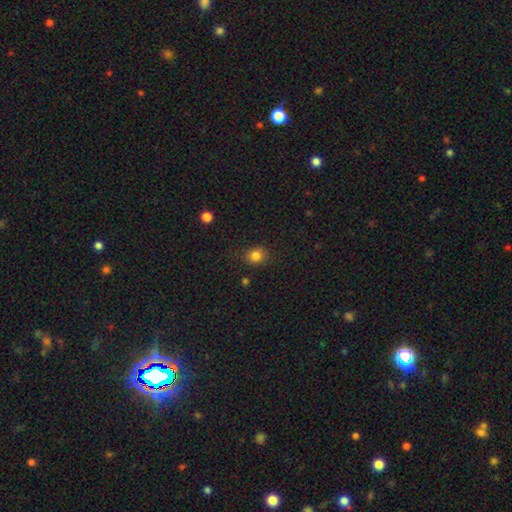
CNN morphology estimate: Smooth or featured? smooth (82%)
How rounded? round (74%)
Merging? none (84%)